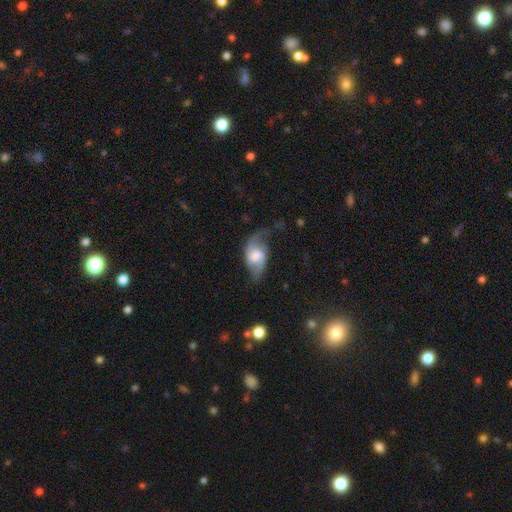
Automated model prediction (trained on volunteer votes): featured or disk 71%, smooth 22%, star or artifact 7%. Down the decision tree: edge-on disk — no (95%); bar — no (45%); spiral arms — yes (90%); spiral arm count — 2 (85%); spiral winding — loose (58%); bulge size — moderate (45%); merging — none (47%).